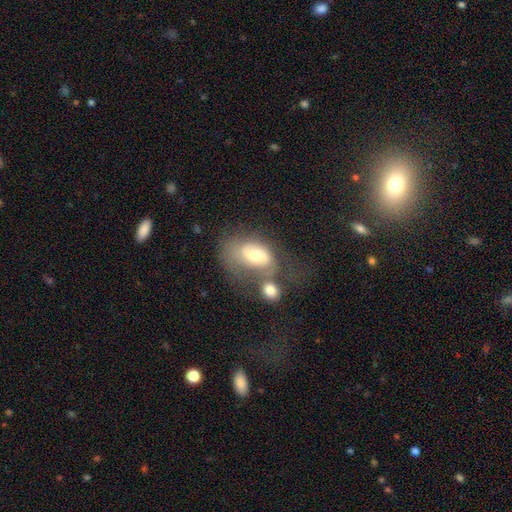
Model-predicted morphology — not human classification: A smooth galaxy with no disk features (49%).

Vote fractions:
- Smooth or featured? smooth: 49% / featured or disk: 42% / star or artifact: 8%
- Merging? merger: 40% / major disturbance: 23% / none: 21% / minor disturbance: 16%